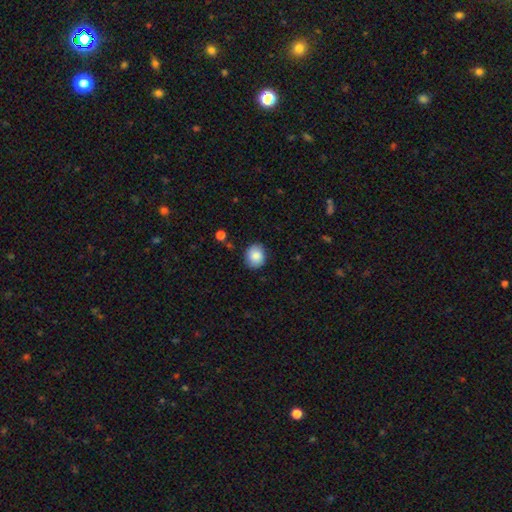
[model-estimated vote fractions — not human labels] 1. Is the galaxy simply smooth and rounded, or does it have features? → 87% smooth, 8% star or artifact, 6% featured or disk.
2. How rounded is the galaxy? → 70% round, 29% in between, 1% cigar-shaped.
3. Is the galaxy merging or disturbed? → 86% none, 10% minor disturbance, 2% major disturbance, 1% merger.